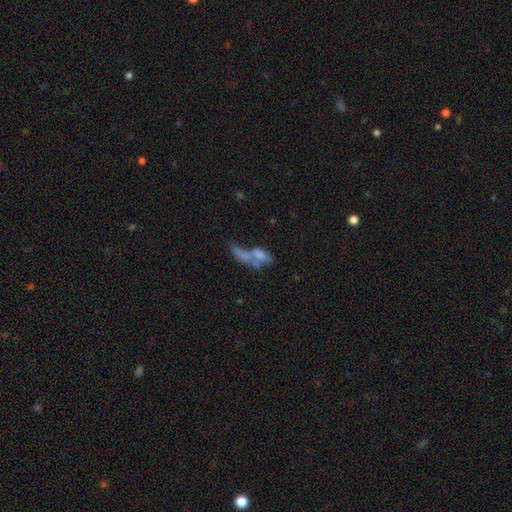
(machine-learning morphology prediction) This appears to be a smooth galaxy with no disk features (55%) that is in between round and cigar-shaped (65%). Merging: merger (59%).